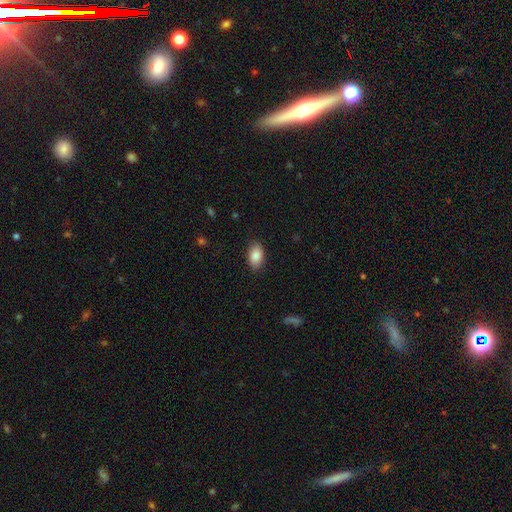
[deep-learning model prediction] This appears to be a smooth galaxy with no disk features (88%) that is in between round and cigar-shaped (89%). Merging: none (86%).